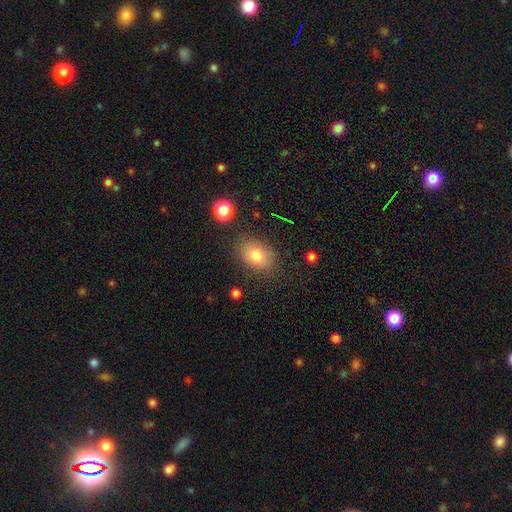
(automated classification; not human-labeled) smooth 78%, star or artifact 11%, featured or disk 11%. Down the decision tree: how rounded — in between (74%); merging — none (82%).